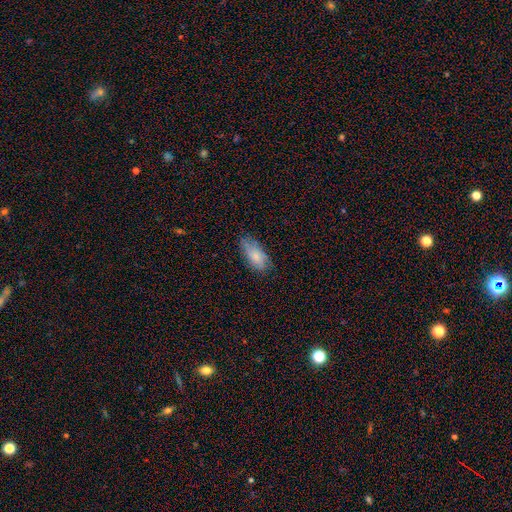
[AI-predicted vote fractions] smooth 71%, featured or disk 21%, star or artifact 7%. Down the decision tree: how rounded — in between (89%); merging — none (67%).